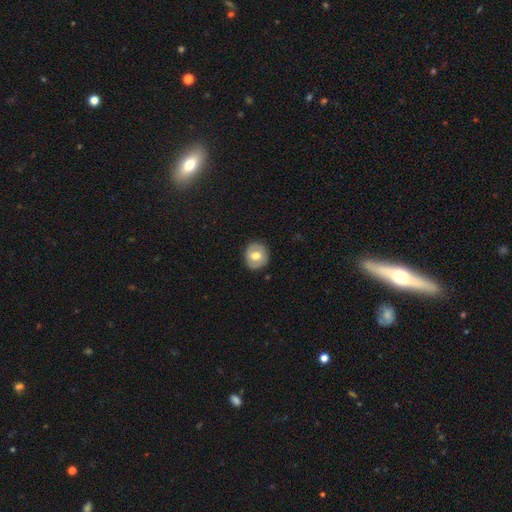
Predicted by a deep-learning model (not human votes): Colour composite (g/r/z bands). It shows a smooth galaxy with no disk features (54%) that is round (79%). Merging: none (86%).